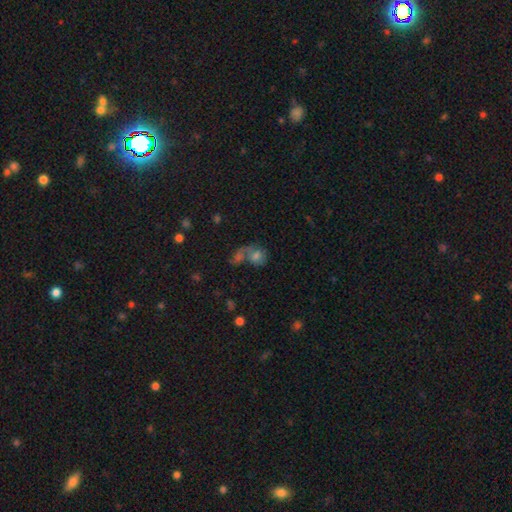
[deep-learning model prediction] Overall: smooth (59%; featured or disk 24%). How rounded: round (53%; in between 45%). Merging: merger (52%; none 26%).